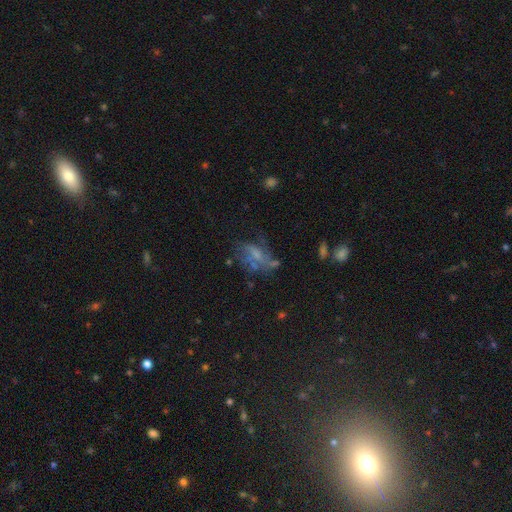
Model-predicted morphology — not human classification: Q: Smooth or featured?
A: featured or disk (55%); runner-up: smooth (29%)
Q: Edge-on disk?
A: no (95%); runner-up: yes (5%)
Q: Bar?
A: no (59%); runner-up: weak (31%)
Q: Spiral arms?
A: no (51%); runner-up: yes (49%)
Q: Bulge size?
A: none (42%); runner-up: small (32%)
Q: Merging?
A: none (38%); runner-up: major disturbance (33%)